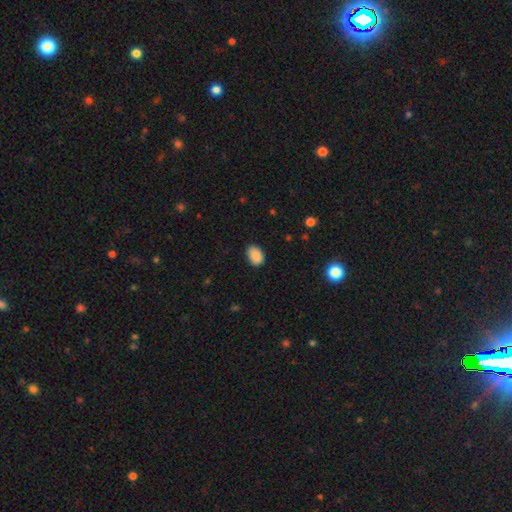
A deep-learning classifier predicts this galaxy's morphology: Smooth or featured: smooth — 89% (star or artifact — 8%)
How rounded: in between — 82% (round — 17%)
Merging: none — 83% (minor disturbance — 13%)